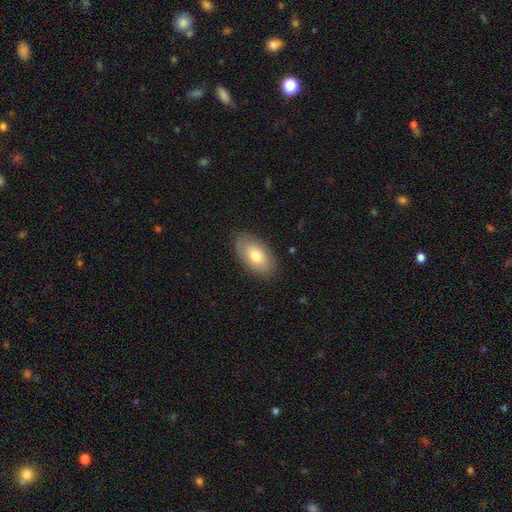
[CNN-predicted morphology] smooth 71%, featured or disk 23%, star or artifact 6%. Down the decision tree: how rounded — in between (94%); merging — none (83%).